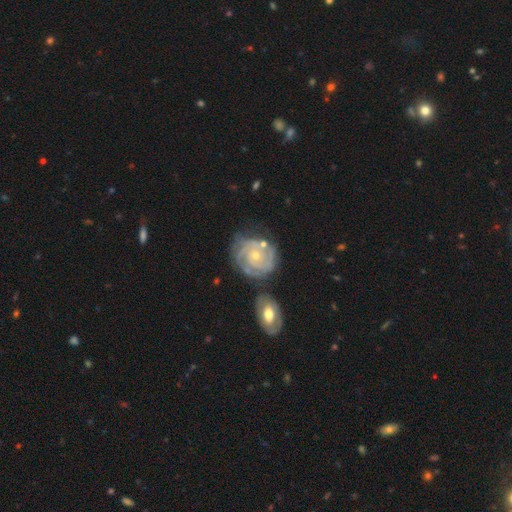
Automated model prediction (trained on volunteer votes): A featured or disk galaxy (87%) with no bar (79%), 2 (36%) tight (78%) spiral arms (96%) and a small central bulge (67%).

Vote fractions:
- Smooth or featured? featured or disk: 87% / smooth: 9% / star or artifact: 5%
- Edge-on disk? no: 98% / yes: 2%
- Bar? no: 79% / weak: 17% / strong: 4%
- Spiral arms? yes: 96% / no: 4%
- Spiral winding? tight: 78% / medium: 19% / loose: 4%
- Spiral arm count? 2: 36% / 3: 24% / can't tell: 23% / 4: 7% / 1: 5% / more than 4: 4%
- Bulge size? small: 67% / moderate: 30% / none: 1% / large: 1% / dominant: 1%
- Merging? none: 59% / minor disturbance: 20% / merger: 13% / major disturbance: 8%